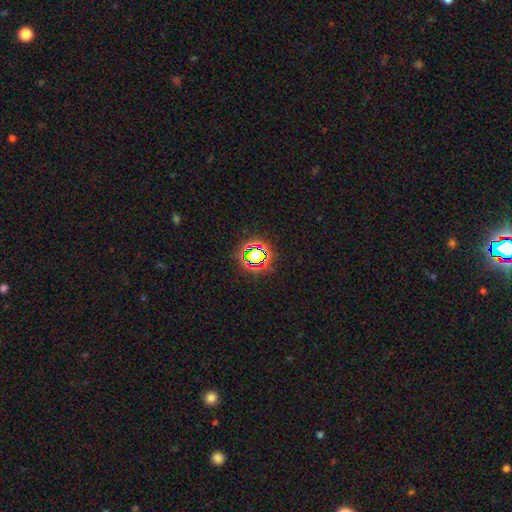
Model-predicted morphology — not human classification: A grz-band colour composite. It shows a star or artifact, not a galaxy (64%).